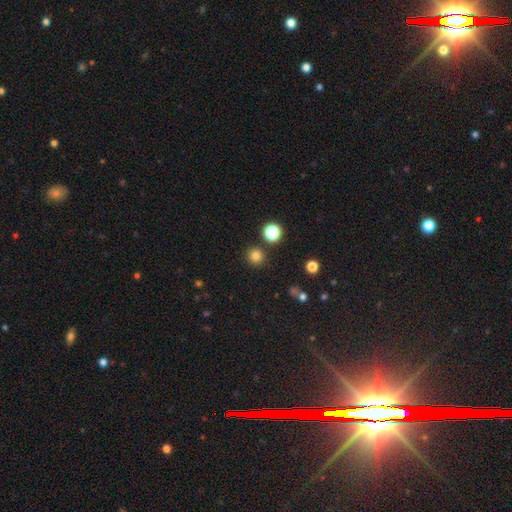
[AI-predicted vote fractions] Smooth or featured? Predicted: smooth (p=0.80). How rounded? Predicted: round (p=0.94). Merging? Predicted: none (p=0.87).